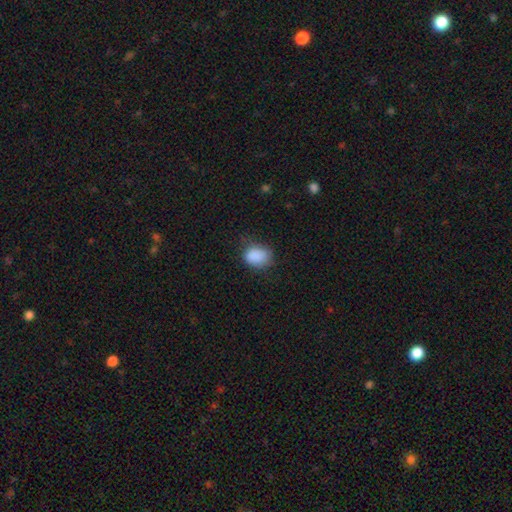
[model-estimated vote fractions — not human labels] Smooth or featured: smooth — 87% (star or artifact — 9%)
How rounded: in between — 60% (round — 39%)
Merging: none — 65% (minor disturbance — 26%)